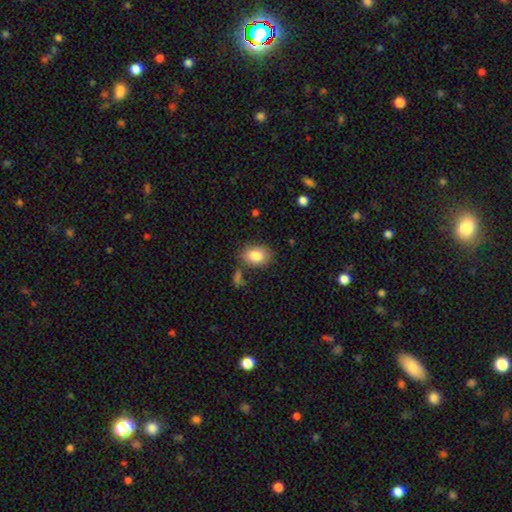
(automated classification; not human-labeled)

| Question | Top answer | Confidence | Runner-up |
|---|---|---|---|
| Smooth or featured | smooth | 84% | featured or disk (9%) |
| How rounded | in between | 76% | round (23%) |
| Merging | none | 74% | minor disturbance (15%) |